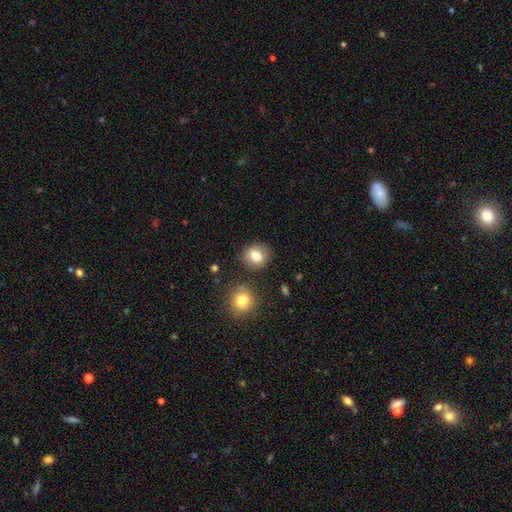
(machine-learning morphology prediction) type=smooth (78%); roundness=round (73%); merging=none (83%).